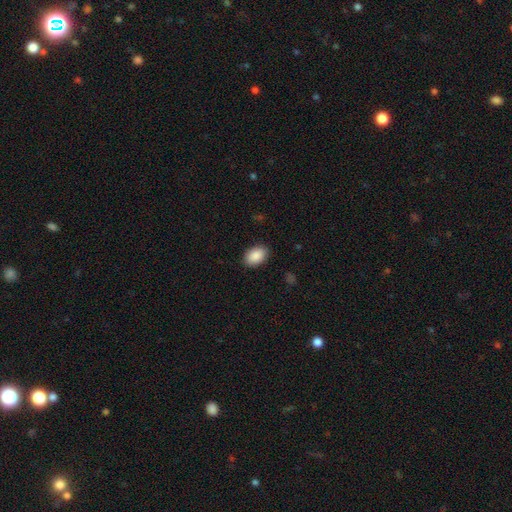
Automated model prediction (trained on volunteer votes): smooth_or_featured: smooth (p=0.90) [alt: star or artifact p=0.07]
how_rounded: in between (p=0.88) [alt: round p=0.11]
merging: none (p=0.88) [alt: minor disturbance p=0.09]